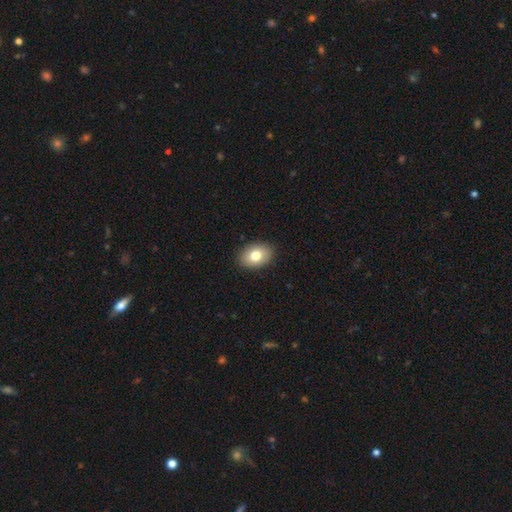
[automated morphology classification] Smooth or featured: smooth — 79% (featured or disk — 13%)
How rounded: in between — 79% (round — 20%)
Merging: none — 89% (minor disturbance — 8%)